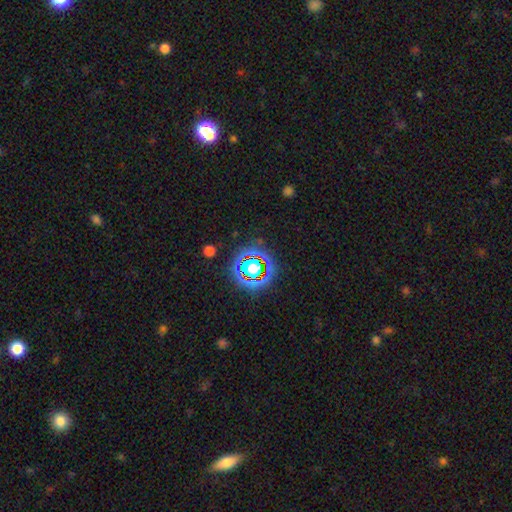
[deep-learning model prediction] Smooth or featured? star or artifact (76%)